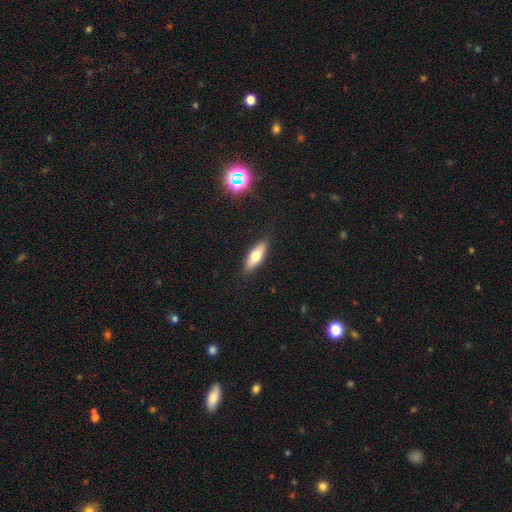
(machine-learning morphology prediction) Smooth or featured: smooth — 64% (featured or disk — 28%)
How rounded: in between — 57% (cigar-shaped — 40%)
Merging: none — 87% (minor disturbance — 9%)